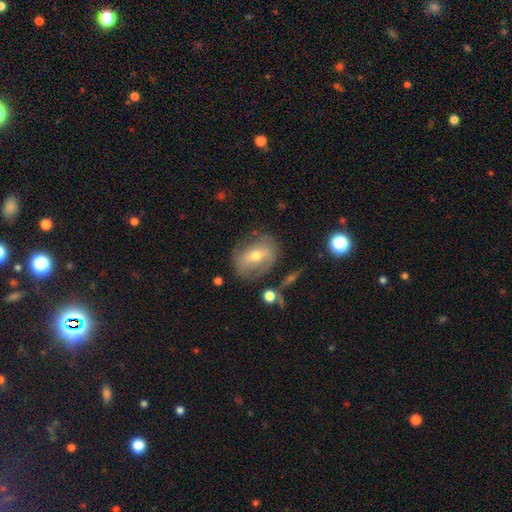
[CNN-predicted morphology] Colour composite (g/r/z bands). It shows a featured or disk galaxy (48%). Merging: none (69%).